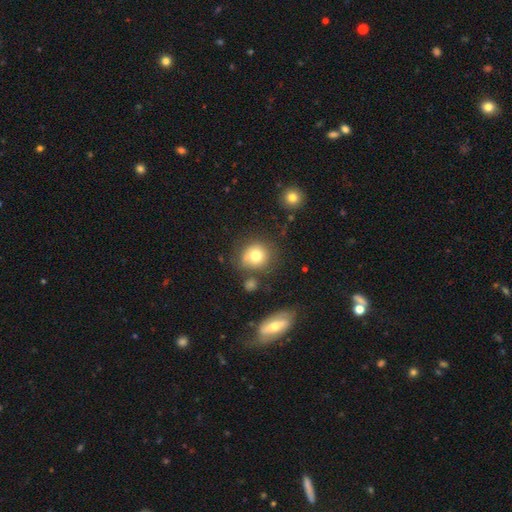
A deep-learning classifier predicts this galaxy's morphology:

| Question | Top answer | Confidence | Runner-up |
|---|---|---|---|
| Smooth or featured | smooth | 74% | featured or disk (16%) |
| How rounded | round | 82% | in between (17%) |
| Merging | none | 63% | minor disturbance (20%) |